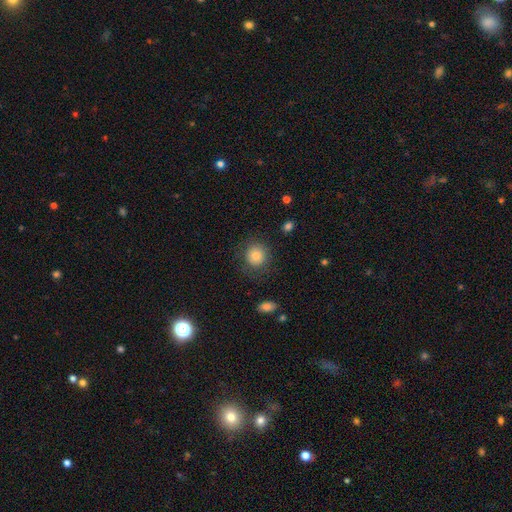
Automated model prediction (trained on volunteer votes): This is clearly a smooth galaxy (83%). How rounded: clearly round (89%). Merging: clearly none (83%).